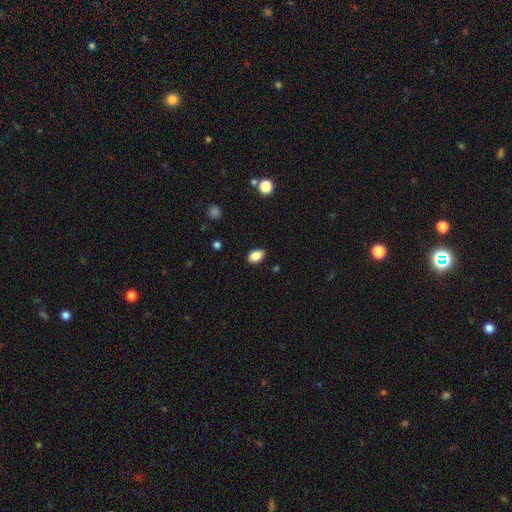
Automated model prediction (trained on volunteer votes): Overall: smooth (86%). How rounded: in between (84%). Merging: none (85%).